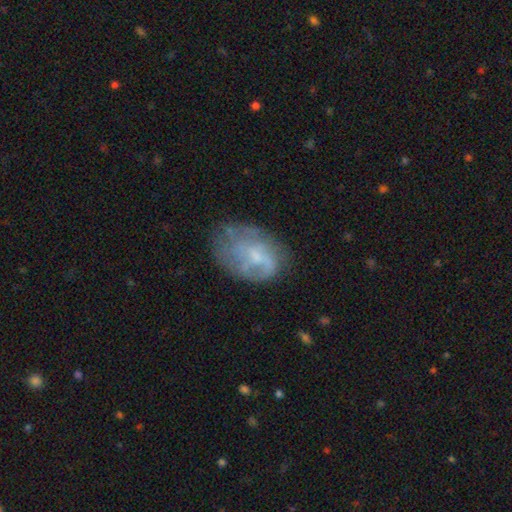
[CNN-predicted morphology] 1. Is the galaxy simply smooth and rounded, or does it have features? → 56% featured or disk, 35% smooth, 9% star or artifact.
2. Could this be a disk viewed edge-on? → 97% no, 3% yes.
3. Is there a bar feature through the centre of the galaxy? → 61% no, 34% weak, 5% strong.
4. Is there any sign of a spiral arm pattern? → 58% yes, 42% no.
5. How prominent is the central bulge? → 49% small, 27% moderate, 22% none, 2% large, 1% dominant.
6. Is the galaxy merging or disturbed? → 52% none, 27% minor disturbance, 18% major disturbance, 3% merger.